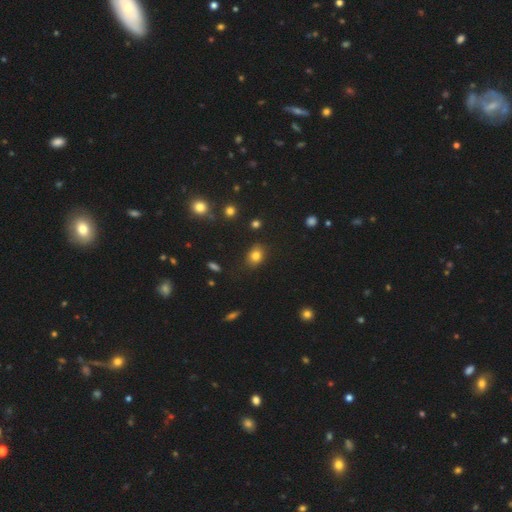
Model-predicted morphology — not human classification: A smooth galaxy with no disk features (80%) that is in between round and cigar-shaped (58%). Merging: none (82%).